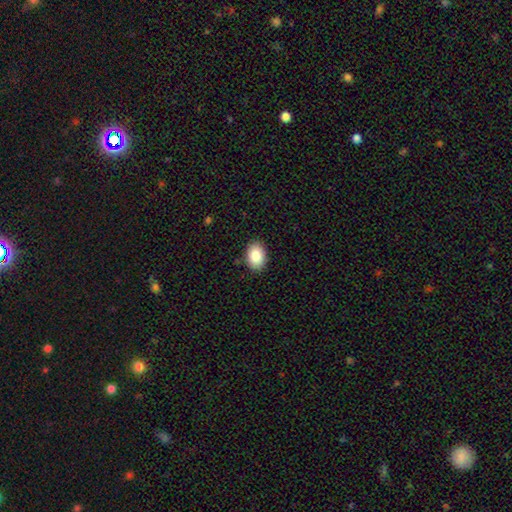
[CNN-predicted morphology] This appears to be a smooth galaxy with no disk features (87%) that is in between round and cigar-shaped (83%). Merging: none (88%).